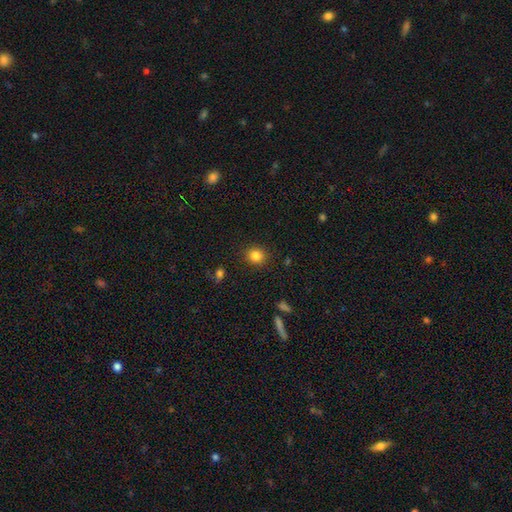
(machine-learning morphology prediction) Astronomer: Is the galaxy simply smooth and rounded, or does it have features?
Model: smooth — 84%.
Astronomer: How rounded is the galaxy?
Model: round — 83%.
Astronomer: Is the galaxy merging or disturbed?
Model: none — 89%.